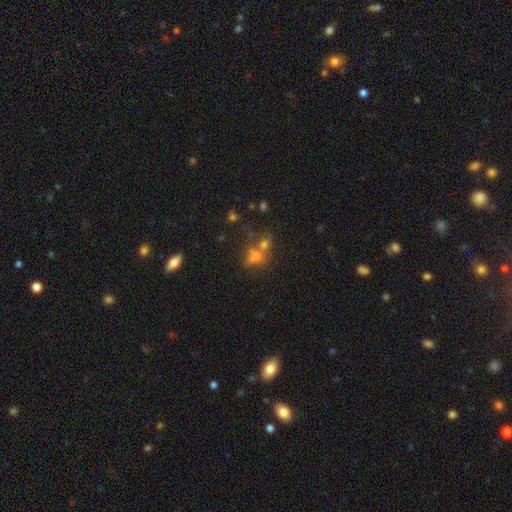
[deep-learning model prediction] smooth_or_featured: smooth (p=0.55) [alt: star or artifact p=0.27]
how_rounded: round (p=0.57) [alt: in between p=0.40]
merging: merger (p=0.40) [tied with: none p=0.40]